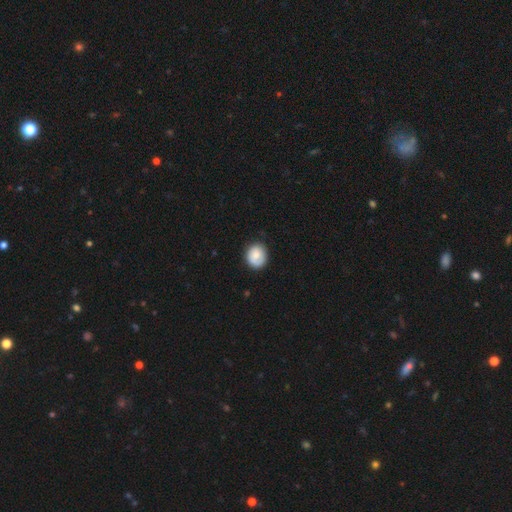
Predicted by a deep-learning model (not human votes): smooth-or-featured: smooth: 74% | featured or disk: 20% | star or artifact: 6%
  how-rounded: round: 73% | in between: 26% | cigar-shaped: 1%
  merging: none: 78% | minor disturbance: 17% | major disturbance: 4% | merger: 1%